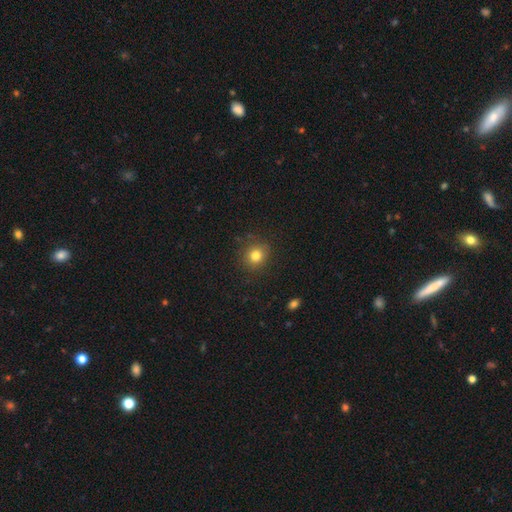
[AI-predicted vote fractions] This appears to be a smooth galaxy with no disk features (81%) that is round (86%). Merging: none (87%).